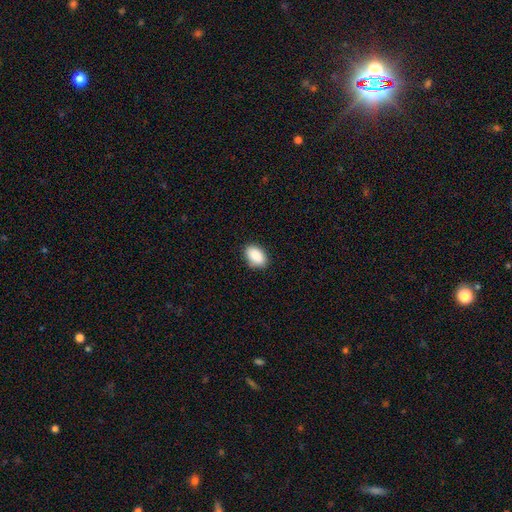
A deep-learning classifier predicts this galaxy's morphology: smooth 90%, star or artifact 7%, featured or disk 3%. Down the decision tree: how rounded — in between (91%); merging — none (86%).